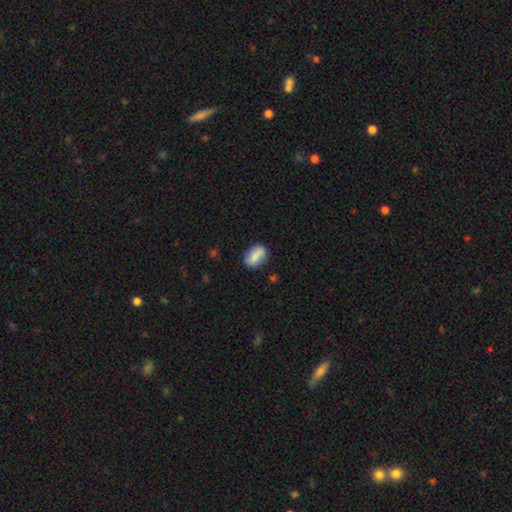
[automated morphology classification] Smooth or featured: smooth — 79% (featured or disk — 14%)
How rounded: in between — 86% (round — 10%)
Merging: none — 83% (minor disturbance — 12%)